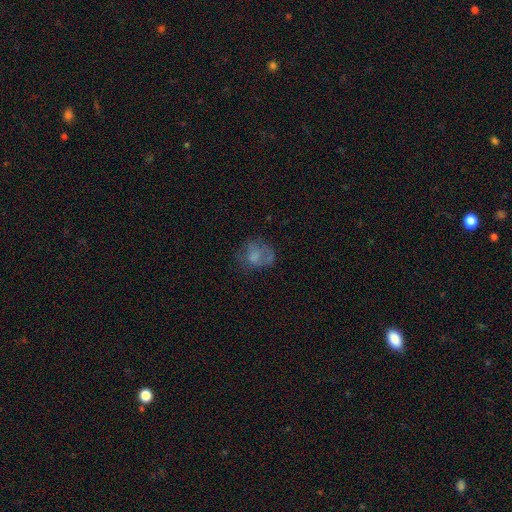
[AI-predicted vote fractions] A smooth galaxy with no disk features (58%) that is round (59%). Merging: none (46%).